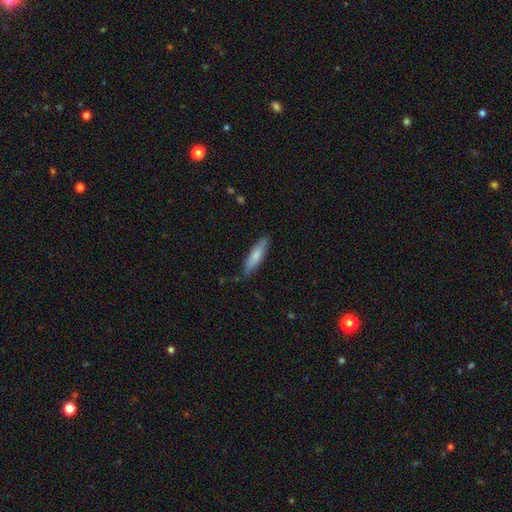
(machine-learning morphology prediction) A smooth galaxy with no disk features (77%) that is cigar-shaped (69%).

Vote fractions:
- Smooth or featured? smooth: 77% / featured or disk: 18% / star or artifact: 5%
- How rounded? cigar-shaped: 69% / in between: 30% / round: 2%
- Merging? none: 80% / minor disturbance: 16% / major disturbance: 2% / merger: 1%